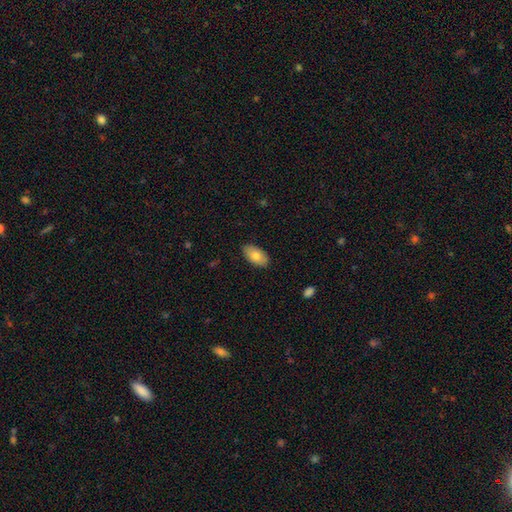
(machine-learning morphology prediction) A smooth galaxy with no disk features (78%) that is in between round and cigar-shaped (95%). Merging: none (87%).